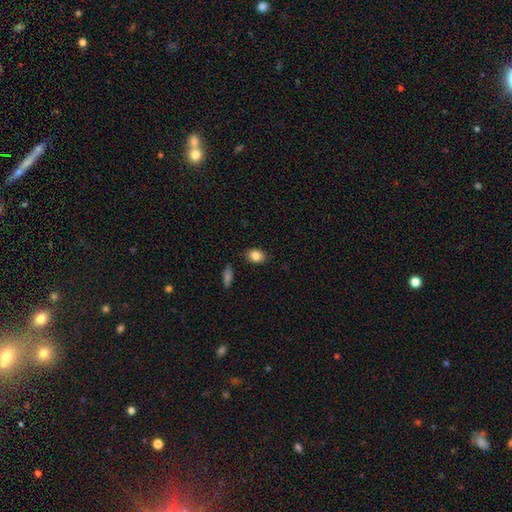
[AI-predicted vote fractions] Smooth or featured? smooth (84%)
How rounded? in between (73%)
Merging? none (84%)